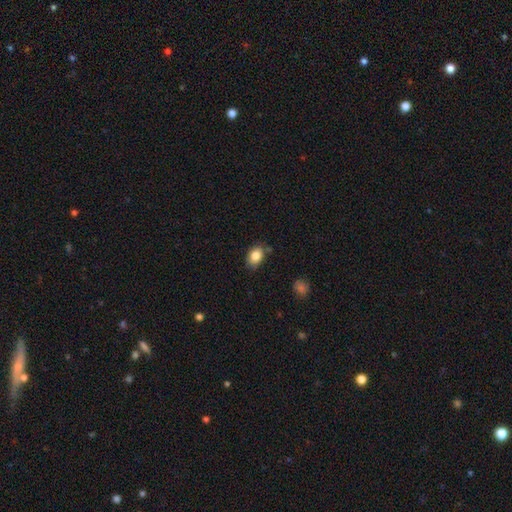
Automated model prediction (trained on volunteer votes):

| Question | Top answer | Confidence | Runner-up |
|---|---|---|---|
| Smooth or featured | smooth | 84% | star or artifact (8%) |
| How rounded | in between | 80% | round (18%) |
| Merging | none | 77% | minor disturbance (16%) |